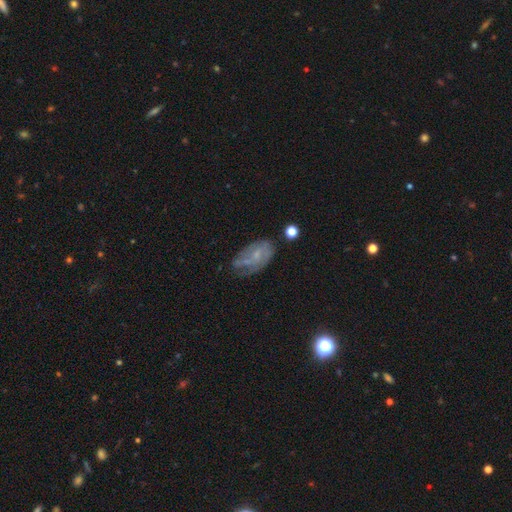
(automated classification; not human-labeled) This appears to be a featured or disk galaxy (60%) with no bar (66%), spiral arms (71%) and a small central bulge (65%). Merging: none (50%).